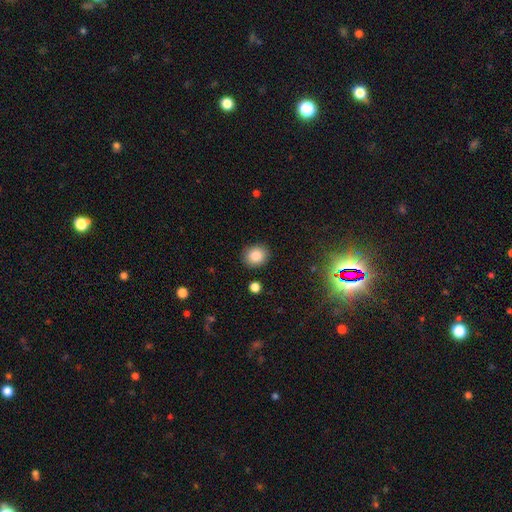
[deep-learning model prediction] Morphology: type=smooth (84%); roundness=round (69%); merging=none (89%).